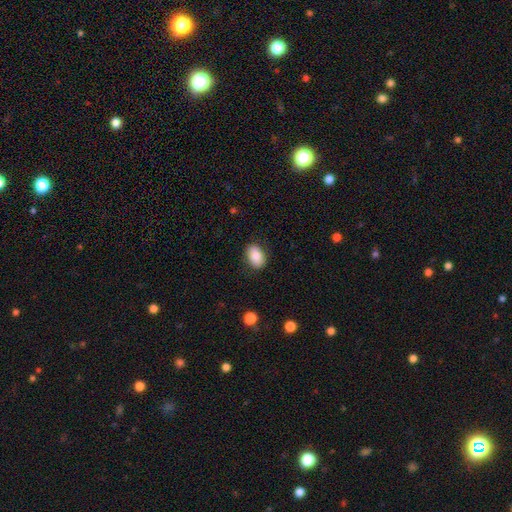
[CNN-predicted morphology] Smooth or featured? Predicted: smooth (p=0.85). How rounded? Predicted: in between (p=0.85). Merging? Predicted: none (p=0.85).